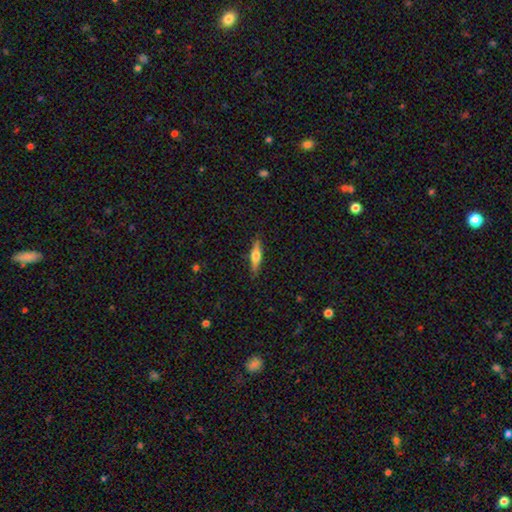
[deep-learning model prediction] Smooth or featured?
  - smooth: 49% *
  - featured or disk: 45%
  - star or artifact: 6%
Merging?
  - none: 88% *
  - minor disturbance: 9%
  - major disturbance: 2%
  - merger: 1%